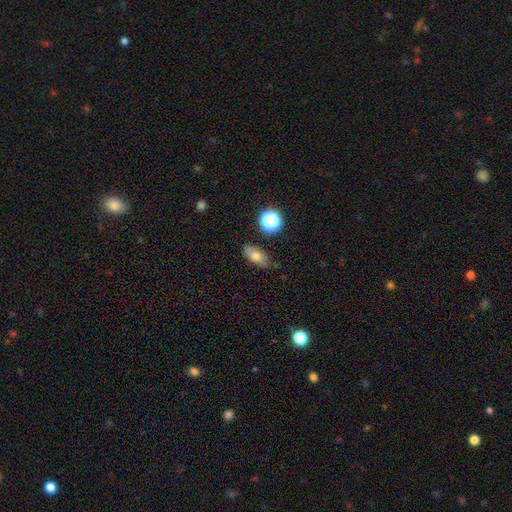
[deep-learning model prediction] Overall: smooth (71%). How rounded: in between (82%). Merging: none (79%).